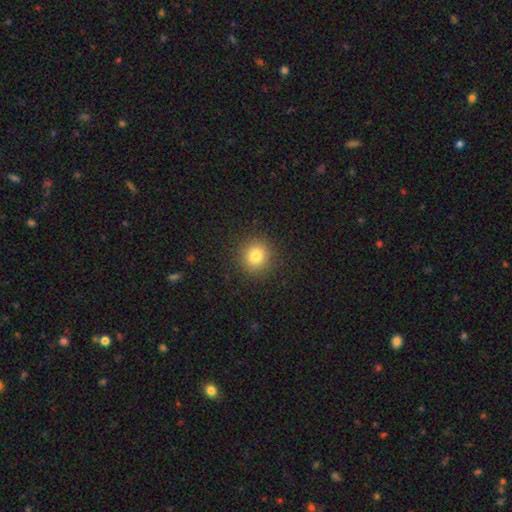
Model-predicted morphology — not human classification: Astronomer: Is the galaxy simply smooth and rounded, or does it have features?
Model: smooth — 81%.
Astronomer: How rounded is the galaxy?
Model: round — 89%.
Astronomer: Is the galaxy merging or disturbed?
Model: none — 90%.